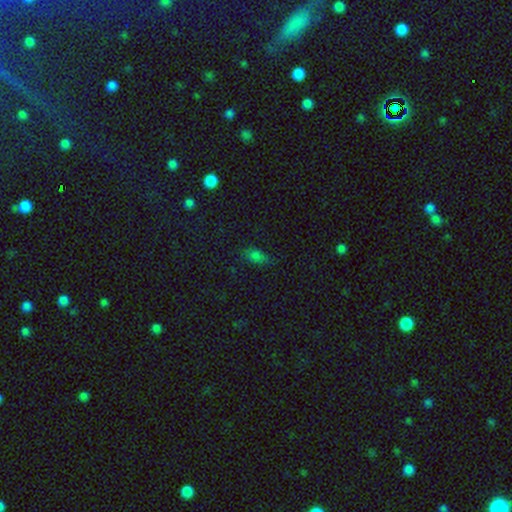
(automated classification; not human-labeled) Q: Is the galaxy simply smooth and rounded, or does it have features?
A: smooth — 71%.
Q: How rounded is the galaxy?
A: in between — 85%.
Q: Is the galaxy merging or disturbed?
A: none — 63%.